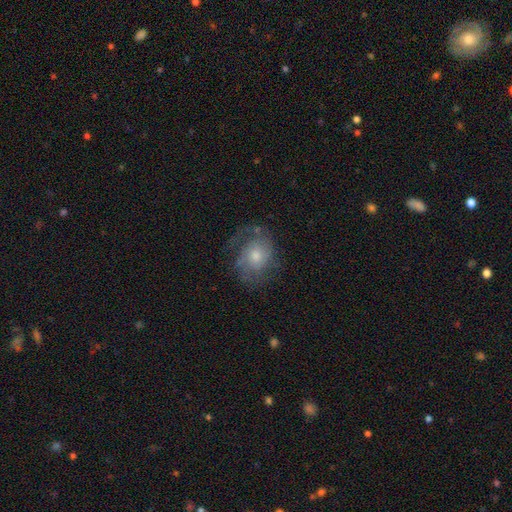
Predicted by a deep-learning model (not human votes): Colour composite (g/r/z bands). It shows a featured or disk galaxy (64%) with no bar (78%), 2 (47%) medium (42%) spiral arms (85%) and a moderate central bulge (55%). Merging: none (62%).